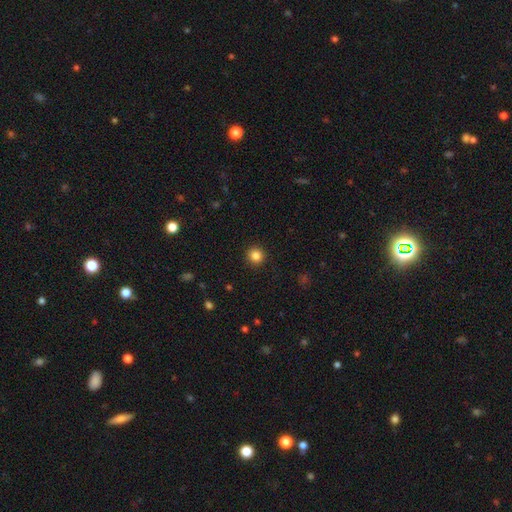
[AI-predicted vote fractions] Q: Smooth or featured?
A: smooth (85%); runner-up: star or artifact (11%)
Q: How rounded?
A: round (95%); runner-up: in between (4%)
Q: Merging?
A: none (93%); runner-up: minor disturbance (4%)